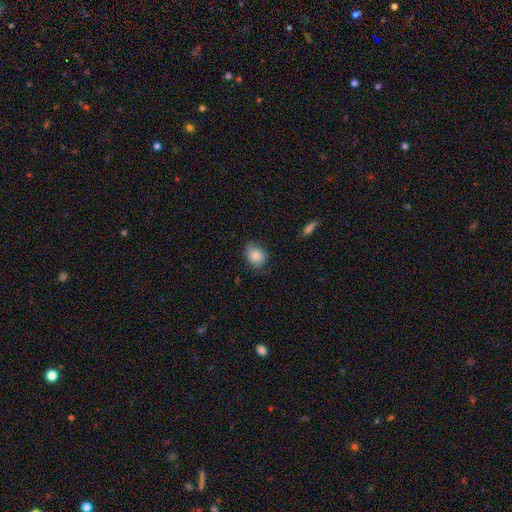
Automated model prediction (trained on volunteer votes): Smooth or featured?
  - smooth: 86% *
  - star or artifact: 8%
  - featured or disk: 6%
How rounded?
  - in between: 50% *
  - round: 49%
  - cigar-shaped: 1%
Merging?
  - none: 72% *
  - minor disturbance: 22%
  - major disturbance: 5%
  - merger: 1%